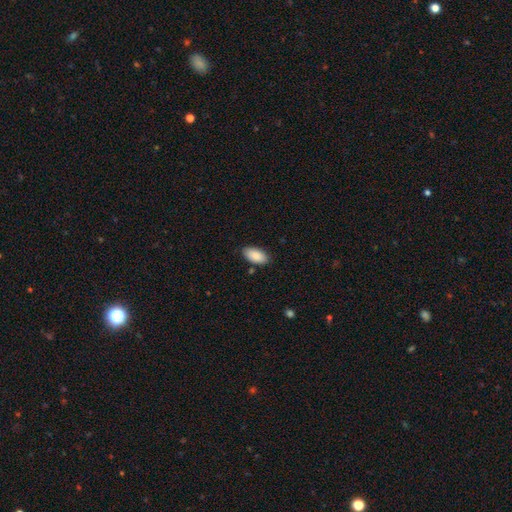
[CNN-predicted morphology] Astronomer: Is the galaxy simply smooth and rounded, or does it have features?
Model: smooth — 88%.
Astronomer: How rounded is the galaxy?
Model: in between — 94%.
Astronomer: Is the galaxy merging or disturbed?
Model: none — 85%.